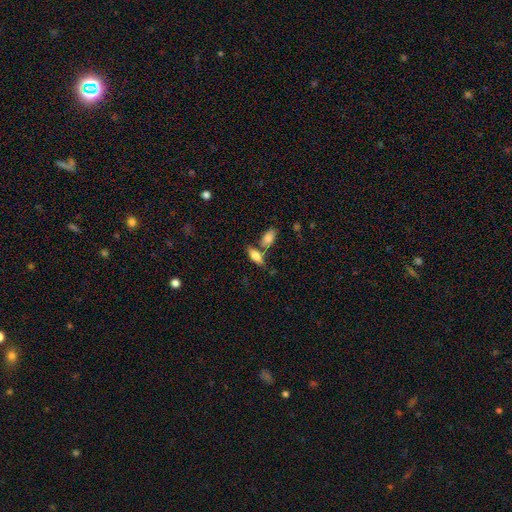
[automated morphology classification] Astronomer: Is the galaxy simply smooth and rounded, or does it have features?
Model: smooth — 72%.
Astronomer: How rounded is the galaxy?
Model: in between — 73%.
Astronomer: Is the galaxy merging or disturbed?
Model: none — 58%.